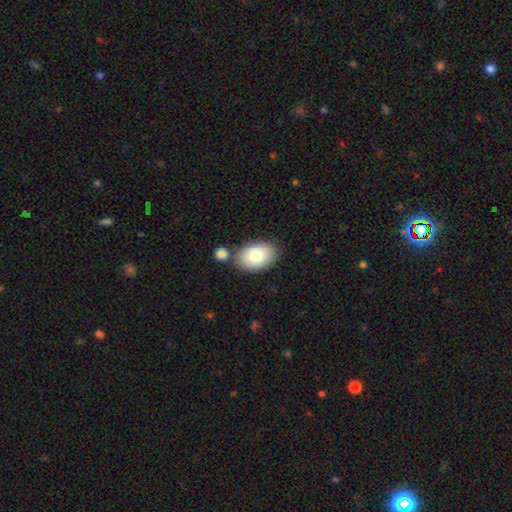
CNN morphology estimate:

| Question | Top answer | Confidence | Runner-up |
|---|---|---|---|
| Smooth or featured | smooth | 78% | featured or disk (15%) |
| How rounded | in between | 88% | round (11%) |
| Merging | none | 75% | minor disturbance (11%) |